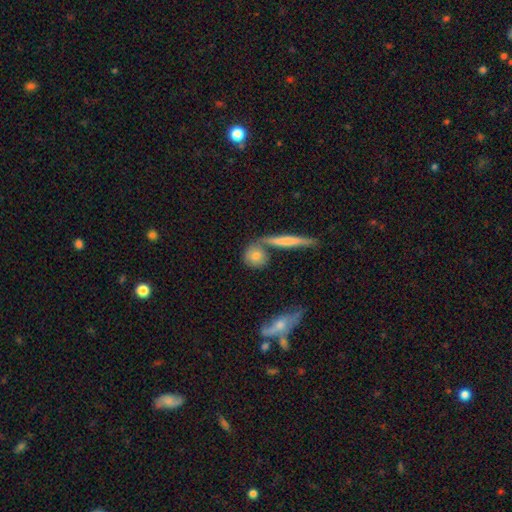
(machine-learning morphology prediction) This appears to be a smooth galaxy with no disk features (74%) that is round (68%). Merging: none (62%).